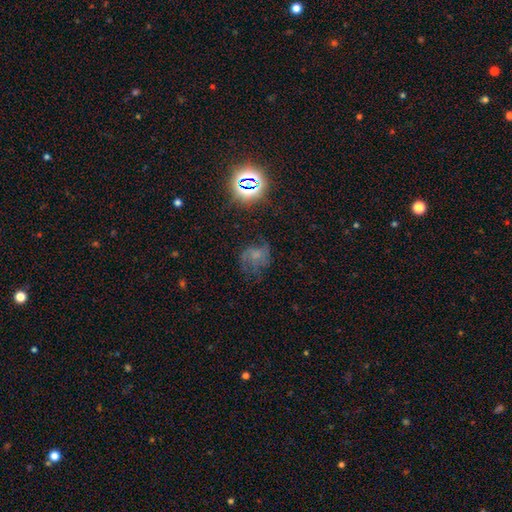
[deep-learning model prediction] smooth_or_featured: smooth (p=0.38) [alt: featured or disk p=0.37]
merging: none (p=0.50) [alt: major disturbance p=0.24]